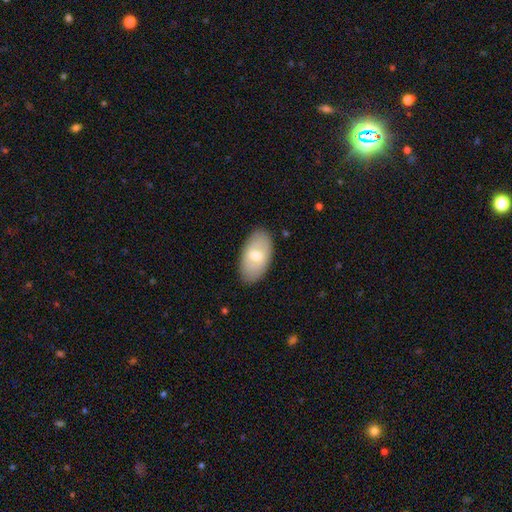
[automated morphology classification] smooth-or-featured: smooth: 62% | featured or disk: 32% | star or artifact: 6%
  how-rounded: in between: 94% | round: 4% | cigar-shaped: 2%
  merging: none: 86% | minor disturbance: 10% | major disturbance: 2% | merger: 1%